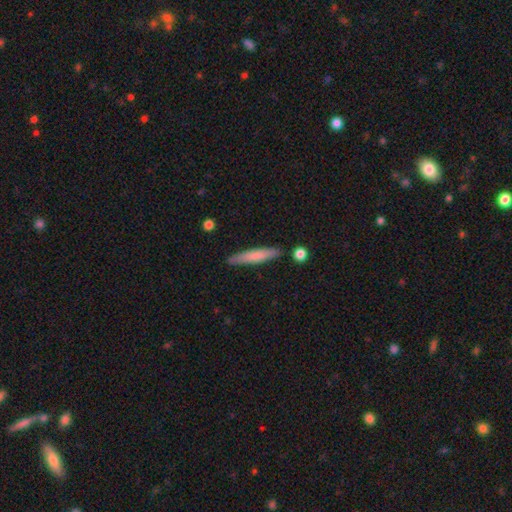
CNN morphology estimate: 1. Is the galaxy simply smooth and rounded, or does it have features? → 71% smooth, 23% featured or disk, 6% star or artifact.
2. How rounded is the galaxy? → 93% cigar-shaped, 6% in between, 1% round.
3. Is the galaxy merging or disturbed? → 86% none, 9% minor disturbance, 3% merger, 2% major disturbance.